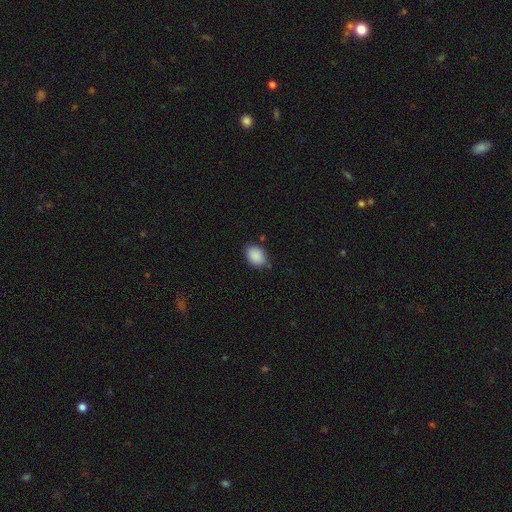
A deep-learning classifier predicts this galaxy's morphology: Smooth or featured? Predicted: smooth (p=0.89). How rounded? Predicted: in between (p=0.69). Merging? Predicted: none (p=0.75).